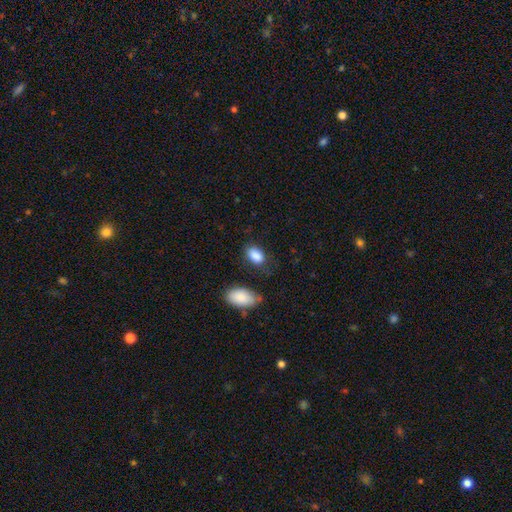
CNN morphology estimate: smooth 88%, star or artifact 8%, featured or disk 5%. Down the decision tree: how rounded — in between (90%); merging — none (71%).